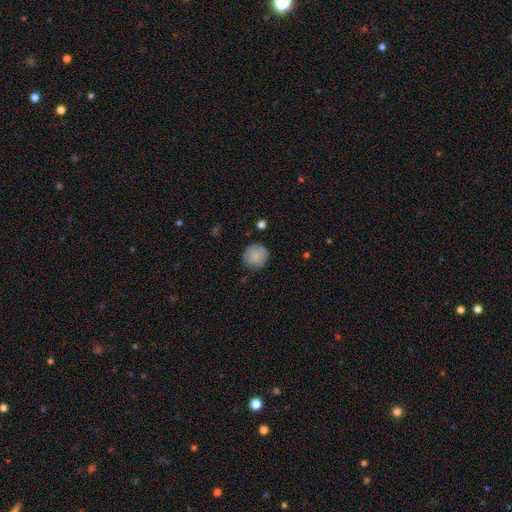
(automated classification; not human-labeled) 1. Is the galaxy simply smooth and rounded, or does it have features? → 81% smooth, 11% featured or disk, 8% star or artifact.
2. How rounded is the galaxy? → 87% round, 12% in between, 1% cigar-shaped.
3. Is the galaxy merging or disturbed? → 75% none, 20% minor disturbance, 4% major disturbance, 2% merger.